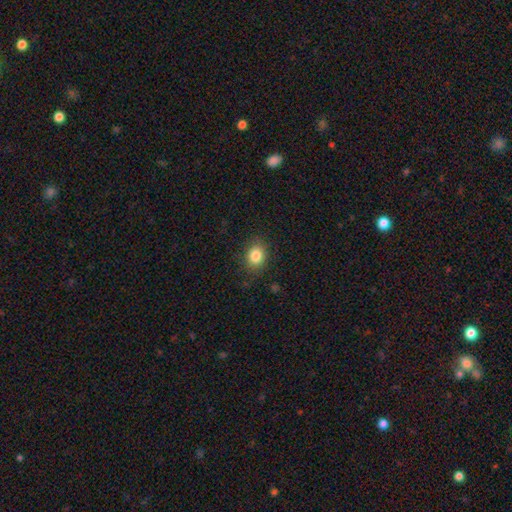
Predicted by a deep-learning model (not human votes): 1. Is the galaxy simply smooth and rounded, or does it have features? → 84% smooth, 10% star or artifact, 6% featured or disk.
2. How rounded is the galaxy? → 57% round, 42% in between, 1% cigar-shaped.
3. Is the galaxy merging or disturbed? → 85% none, 11% minor disturbance, 3% major disturbance, 1% merger.